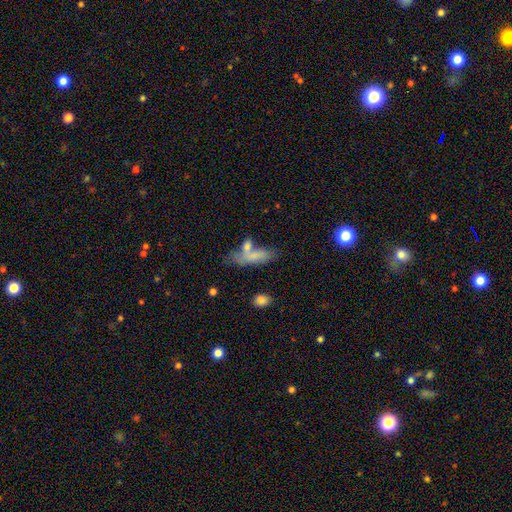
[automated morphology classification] Smooth or featured?
  - smooth: 72% *
  - featured or disk: 20%
  - star or artifact: 8%
How rounded?
  - in between: 58% *
  - cigar-shaped: 38%
  - round: 4%
Merging?
  - merger: 36% * (tied)
  - none: 36% * (tied)
  - minor disturbance: 18%
  - major disturbance: 11%